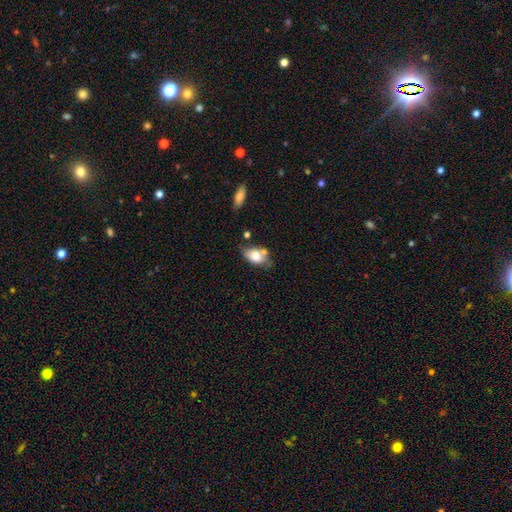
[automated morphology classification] A smooth galaxy with no disk features (74%) that is in between round and cigar-shaped (88%).

Vote fractions:
- Smooth or featured? smooth: 74% / featured or disk: 19% / star or artifact: 8%
- How rounded? in between: 88% / round: 9% / cigar-shaped: 3%
- Merging? none: 47% / minor disturbance: 23% / merger: 22% / major disturbance: 8%